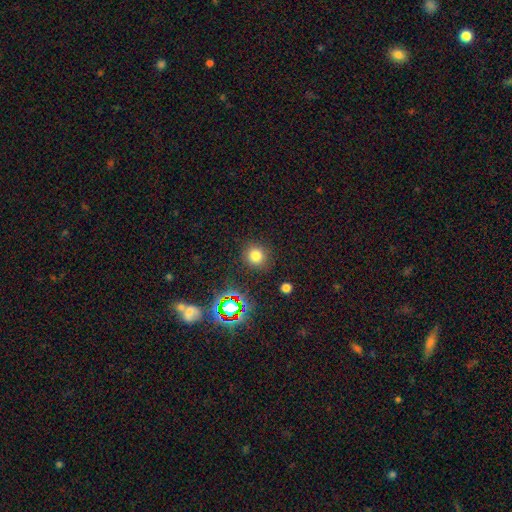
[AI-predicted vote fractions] Smooth or featured? Predicted: smooth (p=0.75). How rounded? Predicted: round (p=0.90). Merging? Predicted: none (p=0.87).